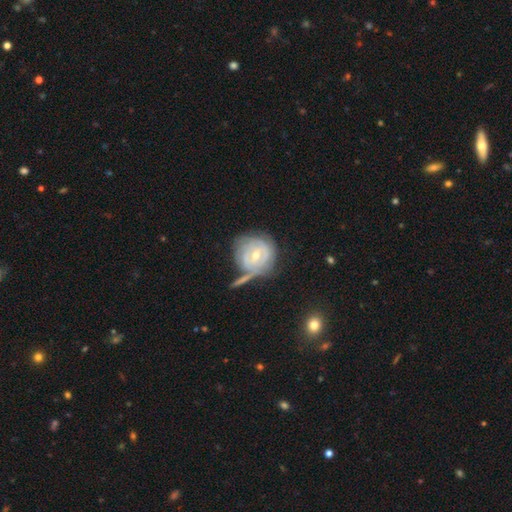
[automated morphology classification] type=featured or disk (71%); edge-on=no (96%); bar=weak (45%); spiral arms=yes (77%); winding=tight (75%); arm count=can't tell (51%); bulge=moderate (58%); merging=none (53%).